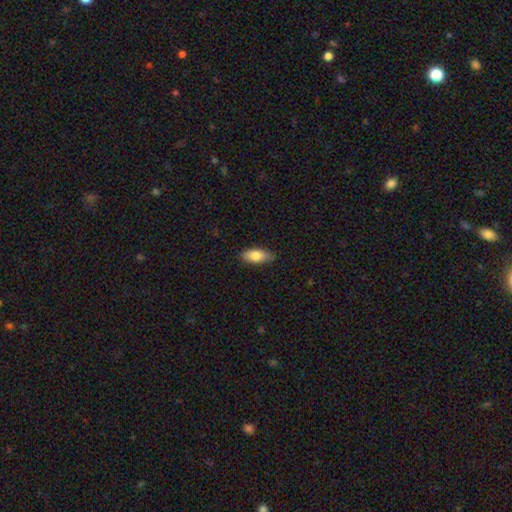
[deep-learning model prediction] Q: Smooth or featured?
A: smooth (79%); runner-up: featured or disk (15%)
Q: How rounded?
A: in between (79%); runner-up: cigar-shaped (18%)
Q: Merging?
A: none (83%); runner-up: minor disturbance (14%)